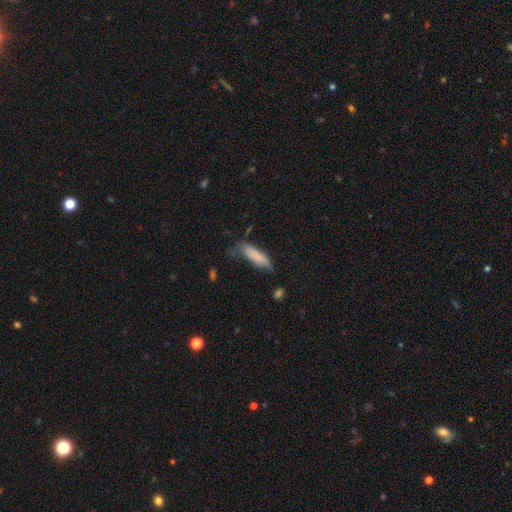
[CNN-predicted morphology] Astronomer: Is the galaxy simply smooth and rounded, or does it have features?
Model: smooth — 79%.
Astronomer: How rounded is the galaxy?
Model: cigar-shaped — 51% (runner-up: in between, 47%).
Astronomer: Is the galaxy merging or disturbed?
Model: none — 42% (runner-up: minor disturbance, 38%).